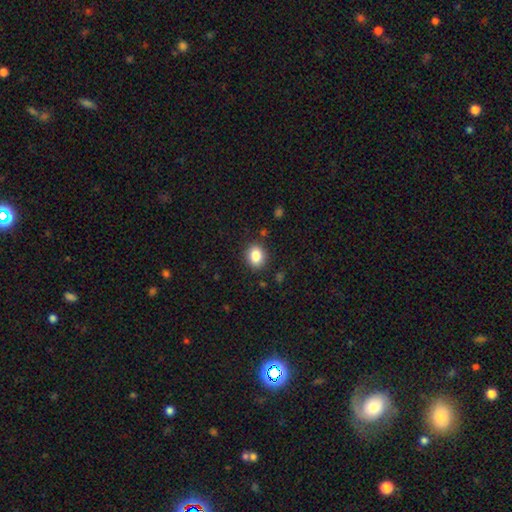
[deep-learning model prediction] Q: Smooth or featured?
A: smooth (85%); runner-up: star or artifact (9%)
Q: How rounded?
A: round (57%); runner-up: in between (43%)
Q: Merging?
A: none (88%); runner-up: minor disturbance (9%)